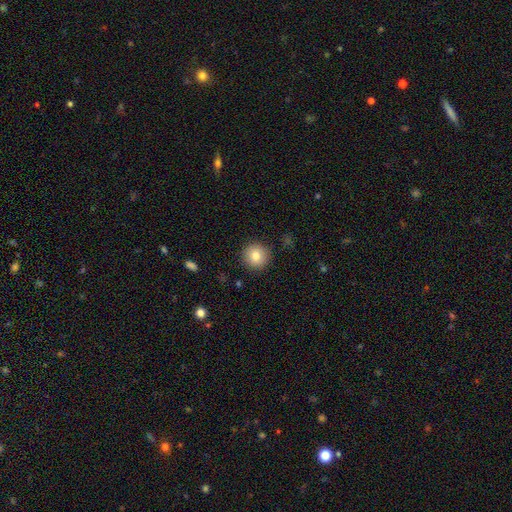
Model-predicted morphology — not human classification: type=smooth (82%); roundness=round (95%); merging=none (91%).